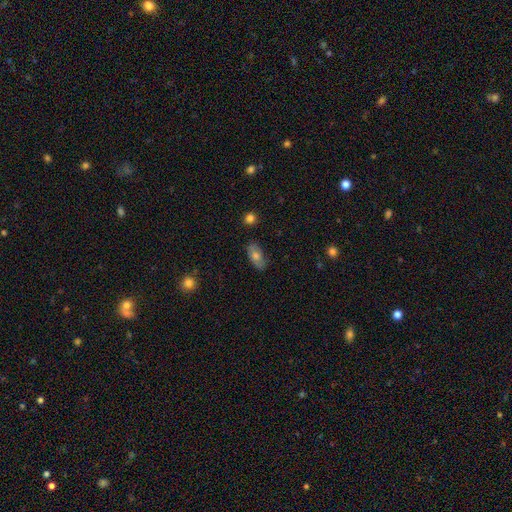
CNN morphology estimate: Smooth or featured: smooth — 65% (featured or disk — 26%)
How rounded: in between — 88% (cigar-shaped — 8%)
Merging: none — 82% (minor disturbance — 14%)